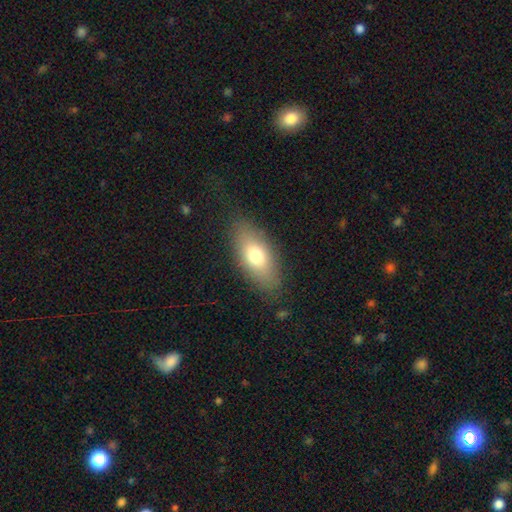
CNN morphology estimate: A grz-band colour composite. It shows a smooth galaxy with no disk features (72%) that is in between round and cigar-shaped (83%). Merging: none (83%).